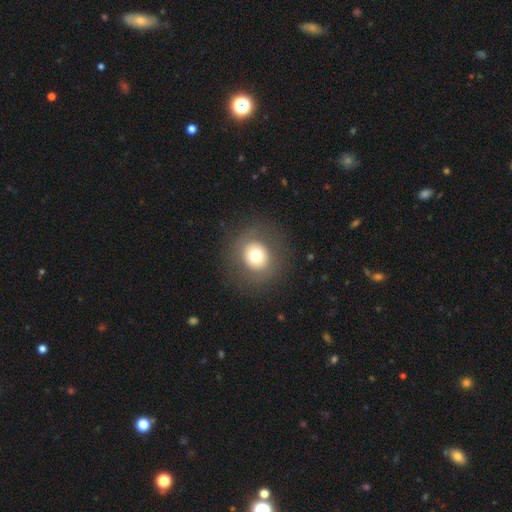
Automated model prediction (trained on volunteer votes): Smooth or featured? smooth (66%)
How rounded? round (90%)
Merging? none (85%)